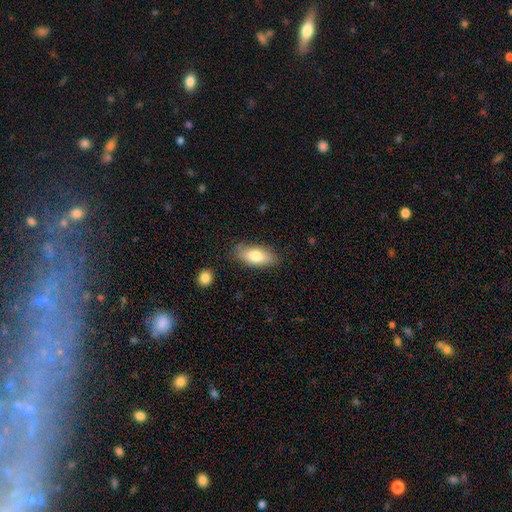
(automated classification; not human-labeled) smooth 78%, featured or disk 15%, star or artifact 6%. Down the decision tree: how rounded — in between (84%); merging — none (81%).